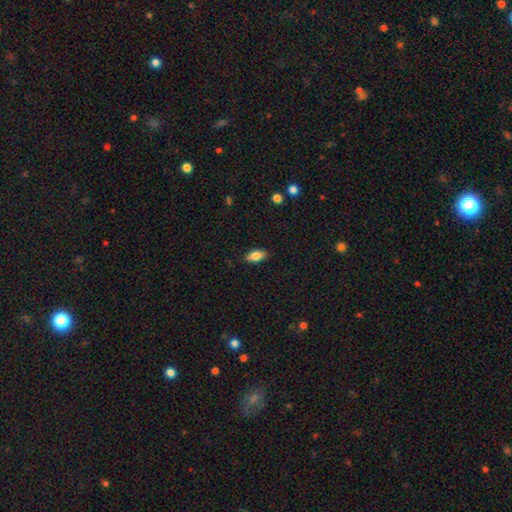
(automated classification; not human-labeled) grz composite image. It shows a smooth galaxy with no disk features (79%) that is in between round and cigar-shaped (88%). Merging: none (87%).